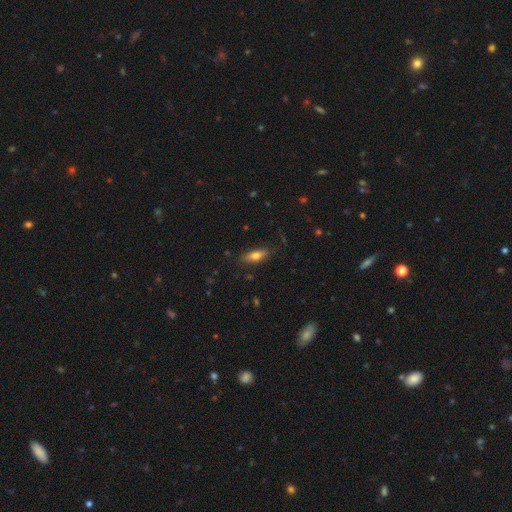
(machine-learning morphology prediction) This appears to be a smooth galaxy with no disk features (72%) that is in between round and cigar-shaped (64%). Merging: none (80%).